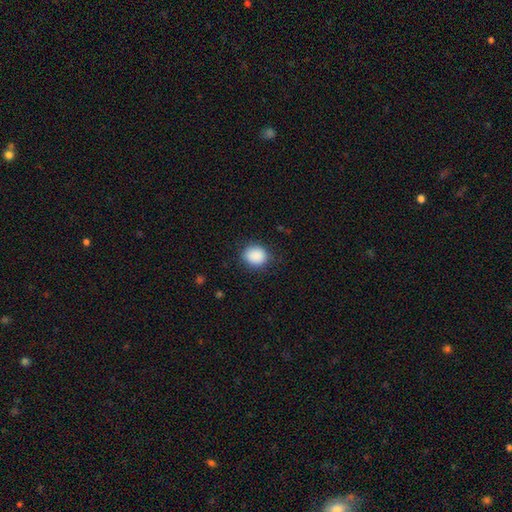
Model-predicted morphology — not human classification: A smooth galaxy with no disk features (90%) that is round (73%).

Vote fractions:
- Smooth or featured? smooth: 90% / star or artifact: 8% / featured or disk: 3%
- How rounded? round: 73% / in between: 26% / cigar-shaped: 1%
- Merging? none: 86% / minor disturbance: 10% / major disturbance: 3% / merger: 1%